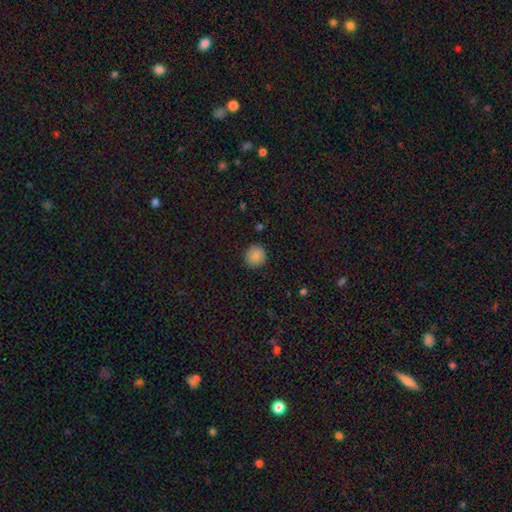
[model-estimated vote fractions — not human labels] Q: Smooth or featured?
A: smooth (87%); runner-up: star or artifact (9%)
Q: How rounded?
A: round (93%); runner-up: in between (6%)
Q: Merging?
A: none (90%); runner-up: minor disturbance (7%)